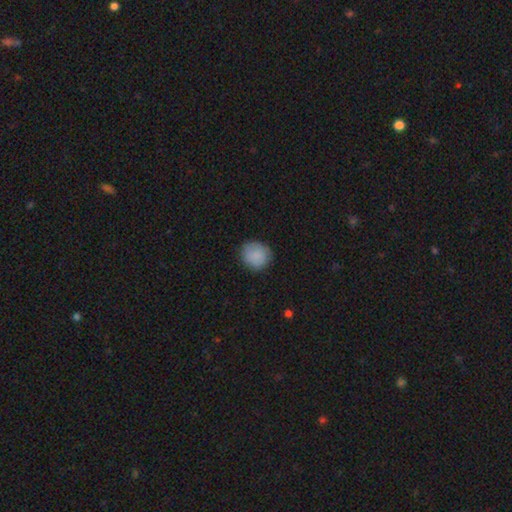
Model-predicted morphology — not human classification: Smooth or featured? Predicted: smooth (p=0.87). How rounded? Predicted: round (p=0.83). Merging? Predicted: none (p=0.82).